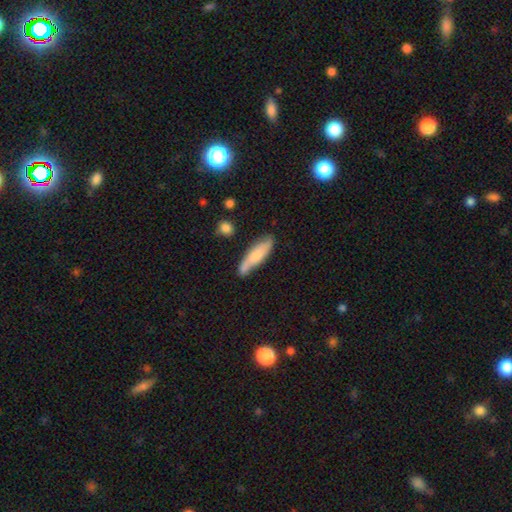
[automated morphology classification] This appears to be a smooth galaxy with no disk features (67%) that is cigar-shaped (63%). Merging: none (64%).